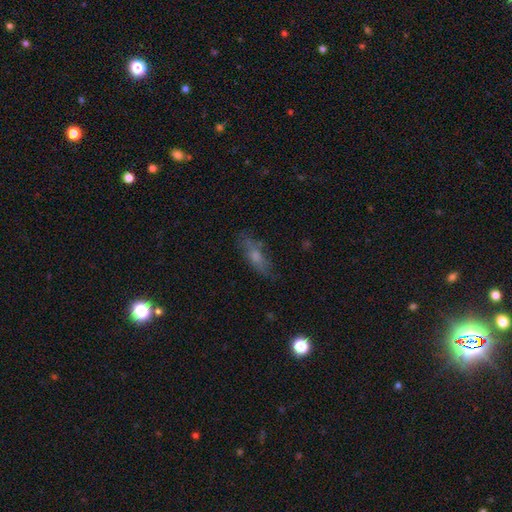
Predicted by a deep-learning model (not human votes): Q: Smooth or featured?
A: smooth (58%); runner-up: featured or disk (31%)
Q: How rounded?
A: in between (52%); runner-up: cigar-shaped (45%)
Q: Merging?
A: none (69%); runner-up: minor disturbance (21%)